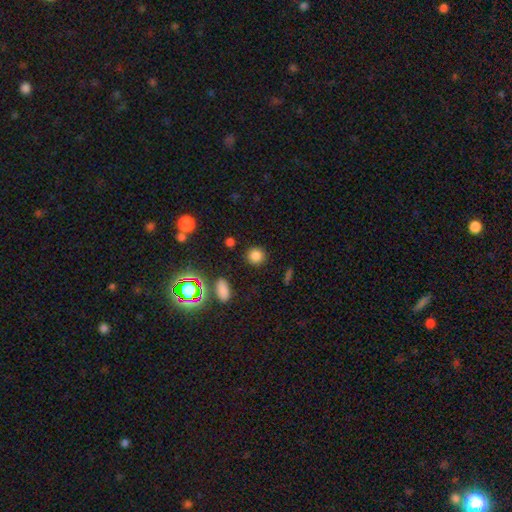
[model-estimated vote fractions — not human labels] Smooth or featured?
  - smooth: 80% *
  - star or artifact: 15%
  - featured or disk: 5%
How rounded?
  - round: 88% *
  - in between: 11%
  - cigar-shaped: 1%
Merging?
  - none: 88% *
  - minor disturbance: 7%
  - major disturbance: 3%
  - merger: 2%